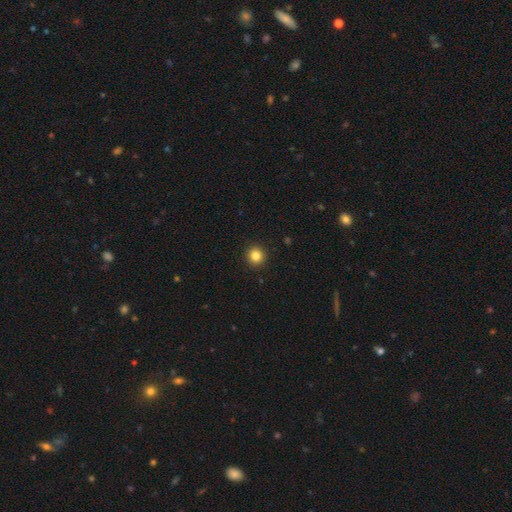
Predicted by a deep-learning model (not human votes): A smooth galaxy with no disk features (84%) that is round (94%).

Vote fractions:
- Smooth or featured? smooth: 84% / star or artifact: 11% / featured or disk: 5%
- How rounded? round: 94% / in between: 5% / cigar-shaped: 1%
- Merging? none: 93% / minor disturbance: 4% / major disturbance: 2% / merger: 1%